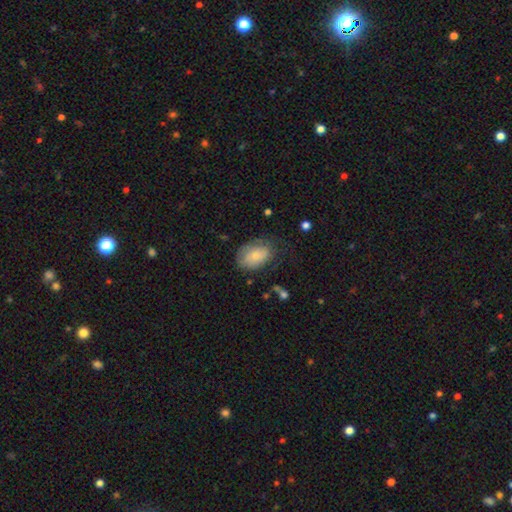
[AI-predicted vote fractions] Smooth or featured: smooth — 72% (featured or disk — 21%)
How rounded: in between — 84% (round — 14%)
Merging: none — 57% (minor disturbance — 28%)